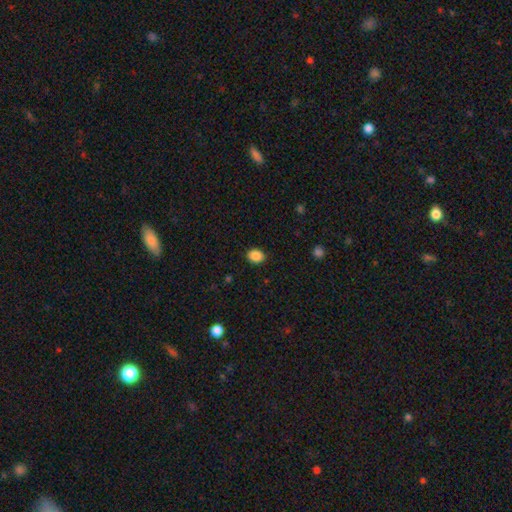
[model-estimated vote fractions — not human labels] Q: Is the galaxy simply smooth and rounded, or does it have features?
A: smooth — 87%.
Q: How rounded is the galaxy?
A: in between — 52%.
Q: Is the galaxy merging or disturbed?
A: none — 88%.